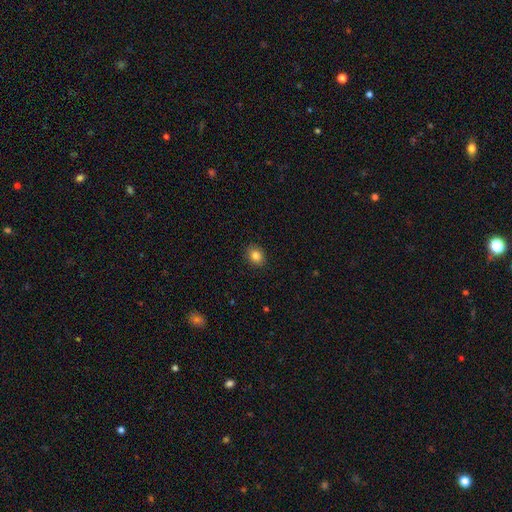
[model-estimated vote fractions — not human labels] Smooth or featured?
  - smooth: 84% *
  - star or artifact: 10%
  - featured or disk: 6%
How rounded?
  - in between: 51% *
  - round: 48%
  - cigar-shaped: 1%
Merging?
  - none: 90% *
  - minor disturbance: 7%
  - major disturbance: 2%
  - merger: 1%